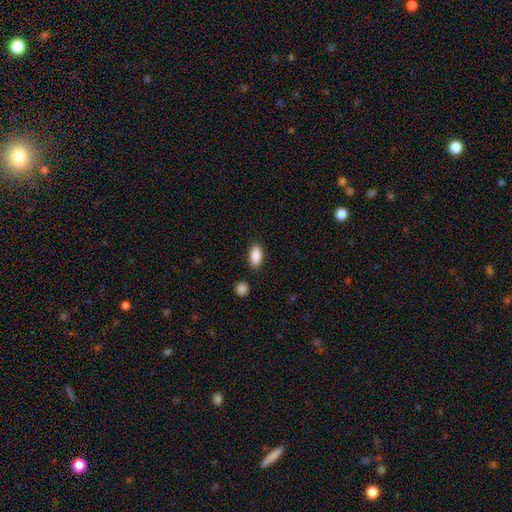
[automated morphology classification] A smooth galaxy with no disk features (89%) that is in between round and cigar-shaped (91%).

Vote fractions:
- Smooth or featured? smooth: 89% / star or artifact: 7% / featured or disk: 4%
- How rounded? in between: 91% / cigar-shaped: 5% / round: 4%
- Merging? none: 87% / minor disturbance: 9% / major disturbance: 2% / merger: 2%